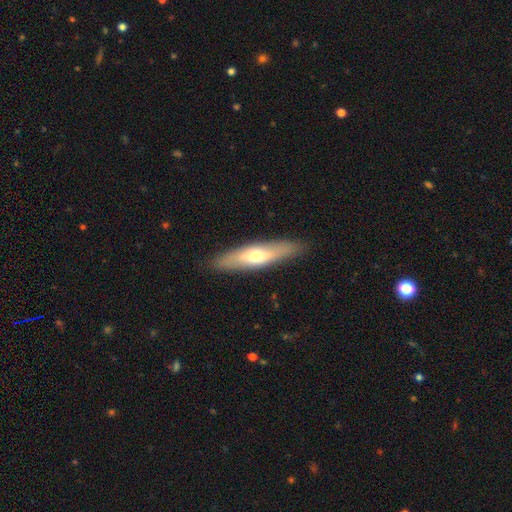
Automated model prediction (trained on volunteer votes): The model was most divided on "smooth or featured": smooth: 56%, featured or disk: 38%, star or artifact: 6%. More confident: merging — none (88%); how rounded — cigar-shaped (67%).